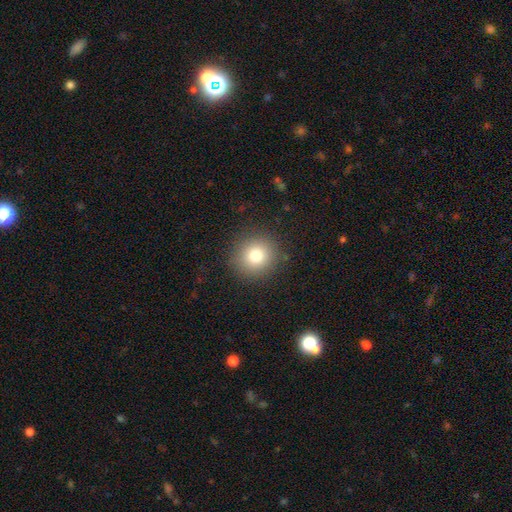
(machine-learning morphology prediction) Overall: smooth (79%). How rounded: round (93%). Merging: none (89%).